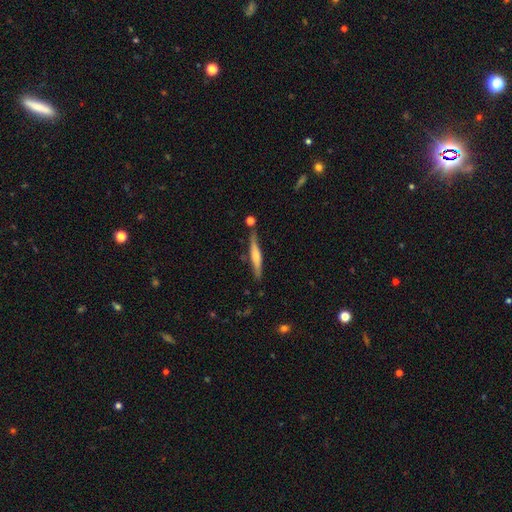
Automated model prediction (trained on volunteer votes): Overall: featured or disk (54%; smooth 40%). Edge-on disk: yes (92%). Merging: none (74%).